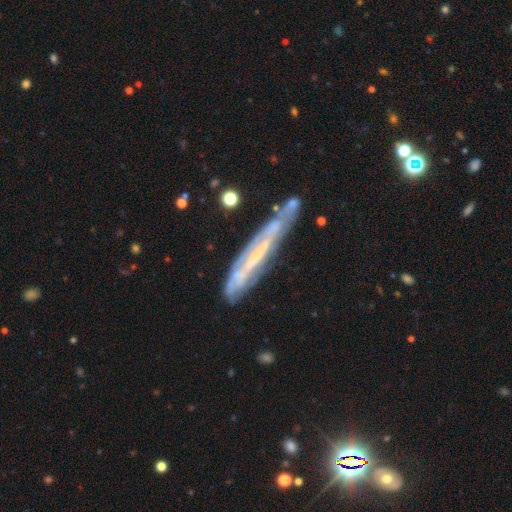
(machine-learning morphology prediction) Smooth or featured?
  - featured or disk: 67% *
  - smooth: 24%
  - star or artifact: 9%
Edge-on disk?
  - yes: 67% *
  - no: 33%
Merging?
  - none: 60% *
  - minor disturbance: 25%
  - major disturbance: 10%
  - merger: 6%